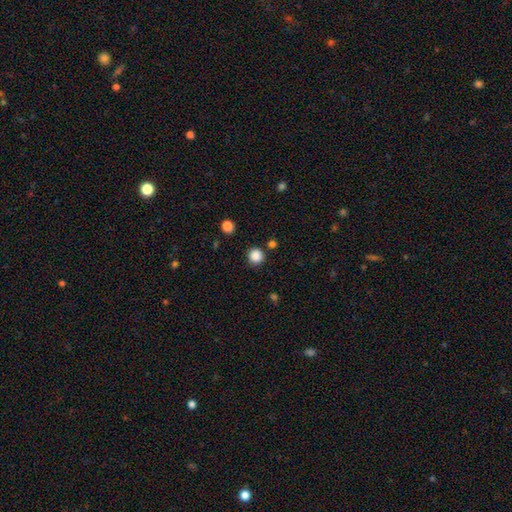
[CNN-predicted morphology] Overall: smooth (86%). How rounded: round (92%). Merging: none (85%).